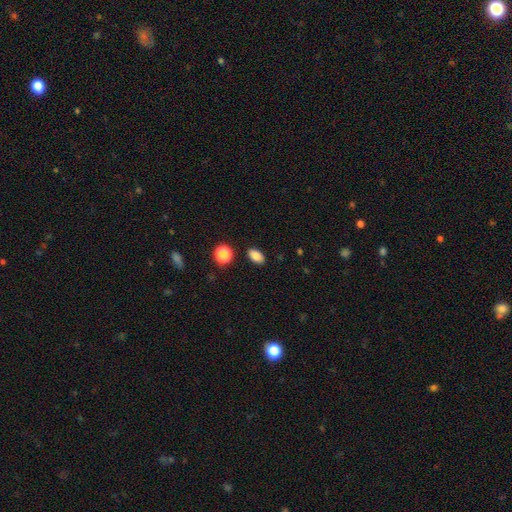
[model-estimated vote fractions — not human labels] smooth-or-featured: smooth: 84% | star or artifact: 10% | featured or disk: 5%
  how-rounded: in between: 87% | round: 11% | cigar-shaped: 2%
  merging: none: 87% | minor disturbance: 8% | merger: 2% | major disturbance: 2%